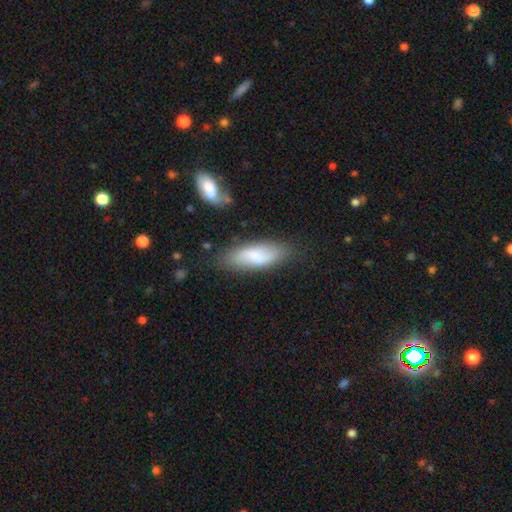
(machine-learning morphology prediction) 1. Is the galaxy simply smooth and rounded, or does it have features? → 68% smooth, 26% featured or disk, 7% star or artifact.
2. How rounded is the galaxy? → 66% in between, 32% cigar-shaped, 2% round.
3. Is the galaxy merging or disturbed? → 72% none, 18% minor disturbance, 5% major disturbance, 5% merger.